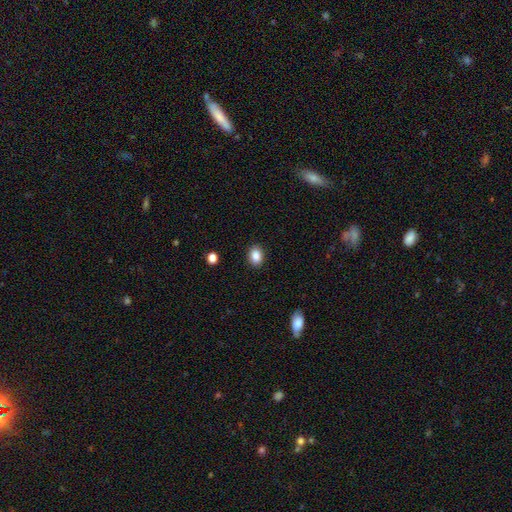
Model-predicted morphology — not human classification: This appears to be a smooth galaxy with no disk features (87%) that is in between round and cigar-shaped (66%). Merging: none (90%).